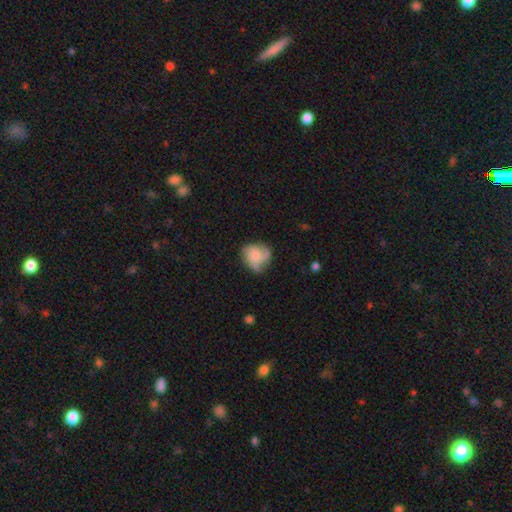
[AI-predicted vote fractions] Smooth or featured? Predicted: smooth (p=0.50). How rounded? Predicted: round (p=0.69). Merging? Predicted: none (p=0.52).